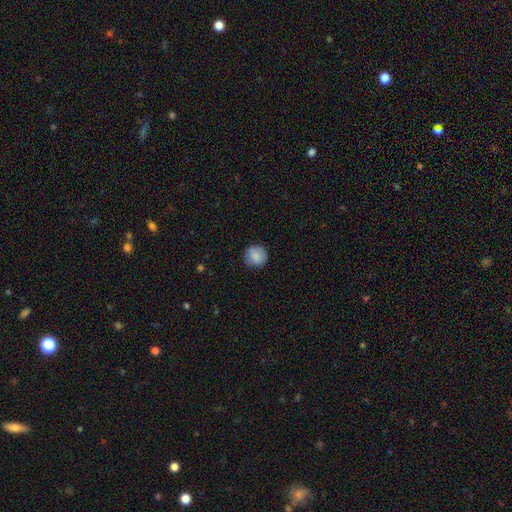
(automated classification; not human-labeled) A smooth galaxy with no disk features (86%) that is round (91%).

Vote fractions:
- Smooth or featured? smooth: 86% / star or artifact: 8% / featured or disk: 6%
- How rounded? round: 91% / in between: 8% / cigar-shaped: 1%
- Merging? none: 87% / minor disturbance: 10% / major disturbance: 2% / merger: 1%